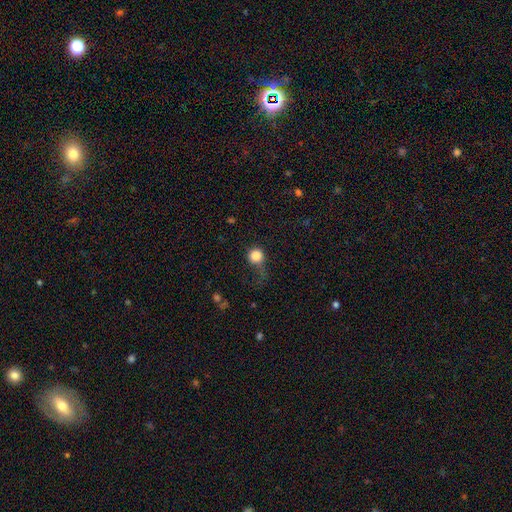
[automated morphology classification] smooth-or-featured: smooth: 82% | star or artifact: 10% | featured or disk: 8%
  how-rounded: round: 92% | in between: 7% | cigar-shaped: 1%
  merging: none: 45% | major disturbance: 28% | minor disturbance: 23% | merger: 4%